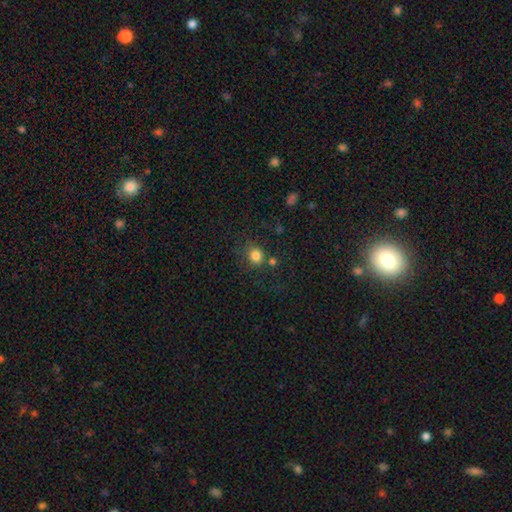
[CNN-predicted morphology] Q: Smooth or featured?
A: smooth (81%); runner-up: star or artifact (13%)
Q: How rounded?
A: round (81%); runner-up: in between (18%)
Q: Merging?
A: none (71%); runner-up: minor disturbance (13%)